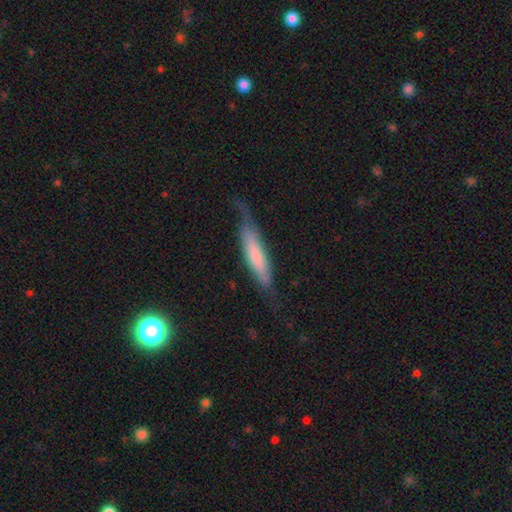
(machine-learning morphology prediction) Smooth or featured? Predicted: smooth (p=0.53). How rounded? Predicted: cigar-shaped (p=0.83). Merging? Predicted: none (p=0.59).